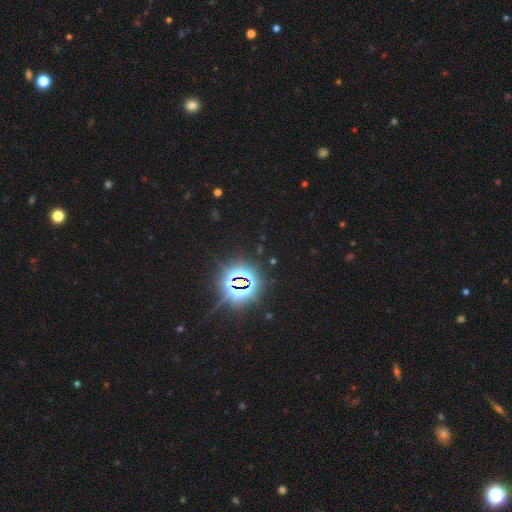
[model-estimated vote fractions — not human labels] Smooth or featured? Predicted: star or artifact (p=0.85).